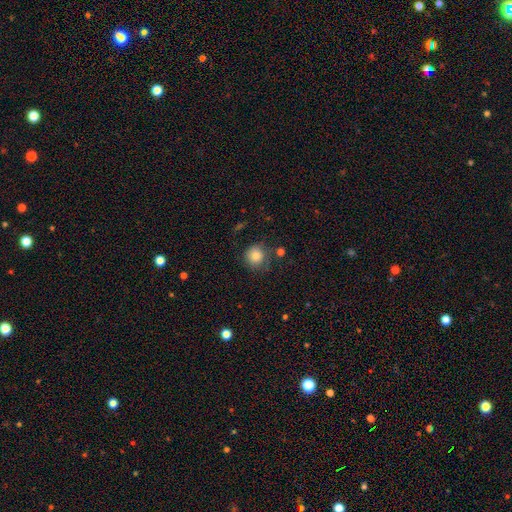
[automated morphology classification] A smooth galaxy with no disk features (85%) that is round (90%). Merging: none (71%).